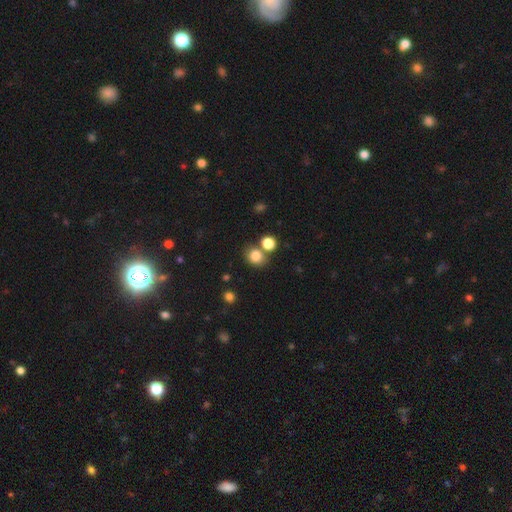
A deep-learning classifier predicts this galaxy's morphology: Smooth or featured?
  - smooth: 82% *
  - star or artifact: 13%
  - featured or disk: 6%
How rounded?
  - round: 73% *
  - in between: 26%
  - cigar-shaped: 1%
Merging?
  - none: 63% *
  - merger: 23%
  - minor disturbance: 10%
  - major disturbance: 4%